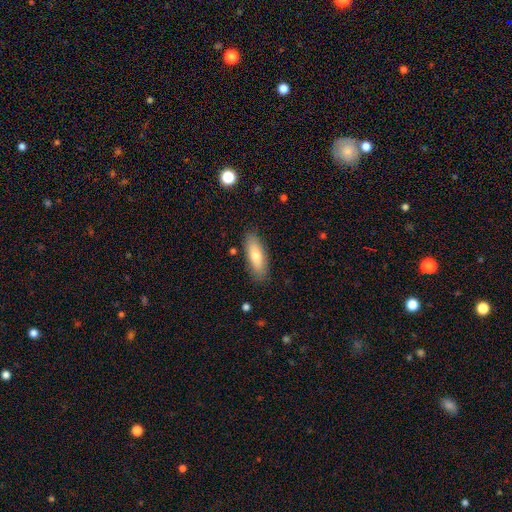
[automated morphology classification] smooth 74%, featured or disk 20%, star or artifact 6%. Down the decision tree: how rounded — in between (63%); merging — none (86%).